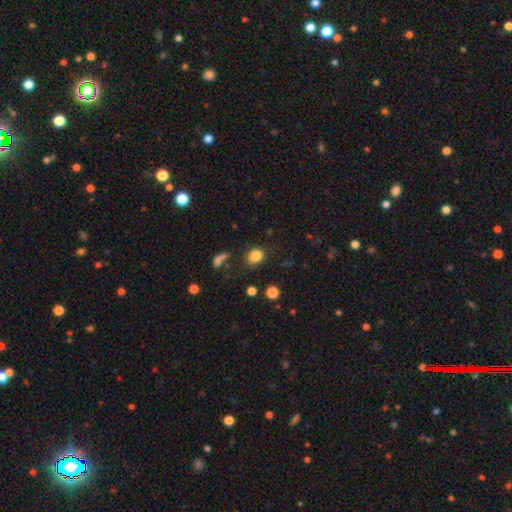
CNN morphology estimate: smooth 83%, star or artifact 12%, featured or disk 5%. Down the decision tree: how rounded — round (63%); merging — none (73%).